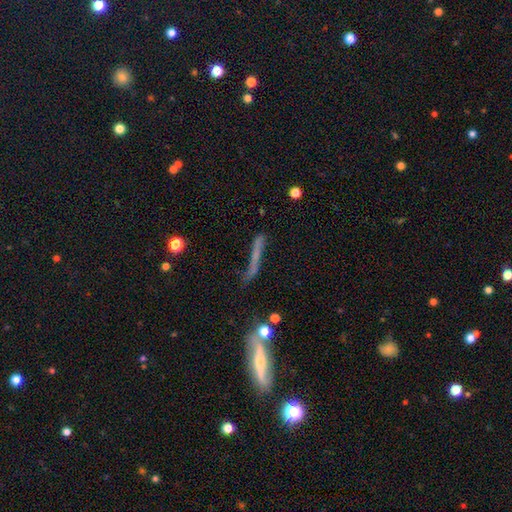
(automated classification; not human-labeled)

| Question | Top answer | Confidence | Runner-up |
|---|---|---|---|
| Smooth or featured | smooth | 44% | featured or disk (42%) |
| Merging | none | 47% | minor disturbance (23%) |